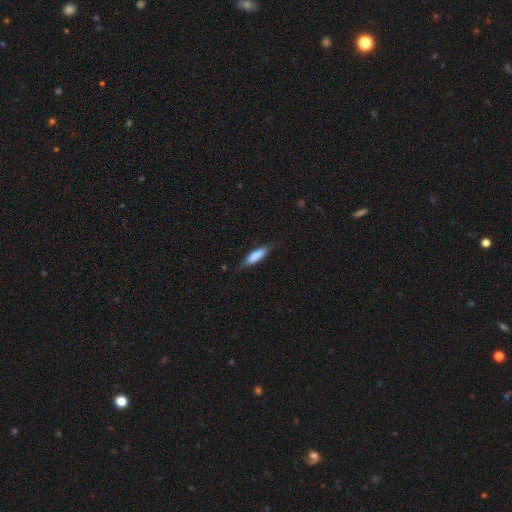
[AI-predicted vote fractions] The model was most divided on "how rounded": cigar-shaped: 58%, in between: 40%, round: 2%. More confident: smooth or featured — smooth (78%); merging — none (76%).